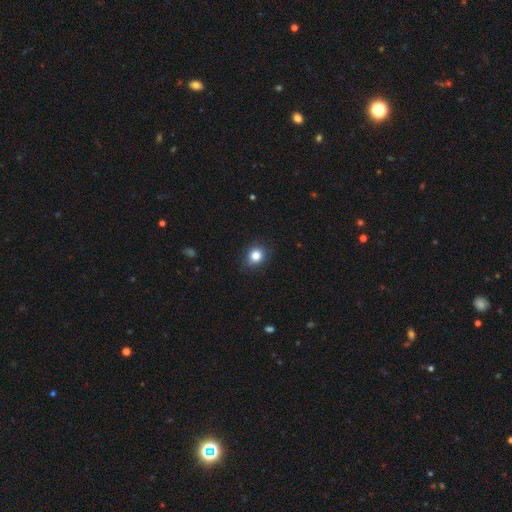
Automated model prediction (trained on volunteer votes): smooth_or_featured: smooth (p=0.84) [alt: star or artifact p=0.10]
how_rounded: round (p=0.70) [alt: in between p=0.29]
merging: none (p=0.84) [alt: minor disturbance p=0.12]